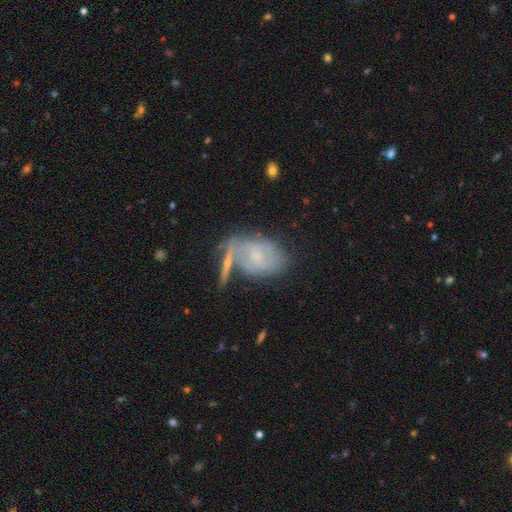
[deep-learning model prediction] smooth-or-featured: featured or disk: 55% | smooth: 35% | star or artifact: 10%
  disk-edge-on: no: 92% | yes: 8%
    bar: no: 57% | weak: 35% | strong: 8%
    has-spiral-arms: yes: 65% | no: 35%
    bulge-size: small: 57% | moderate: 27% | none: 12% | large: 2% | dominant: 1%
  merging: none: 40% | merger: 22% | minor disturbance: 22% | major disturbance: 15%